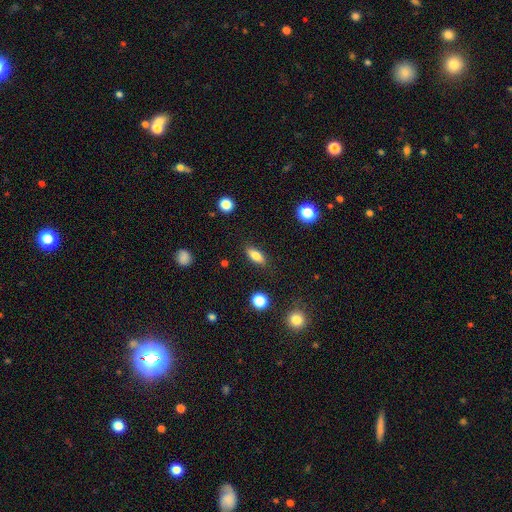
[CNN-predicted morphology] smooth 78%, featured or disk 14%, star or artifact 8%. Down the decision tree: how rounded — in between (76%); merging — none (86%).